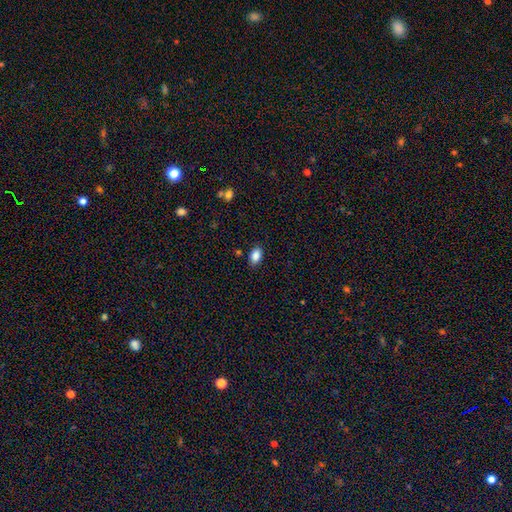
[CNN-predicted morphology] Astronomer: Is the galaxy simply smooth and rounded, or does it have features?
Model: smooth — 87%.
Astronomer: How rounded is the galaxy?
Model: in between — 89%.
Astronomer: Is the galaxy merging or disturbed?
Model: none — 85%.